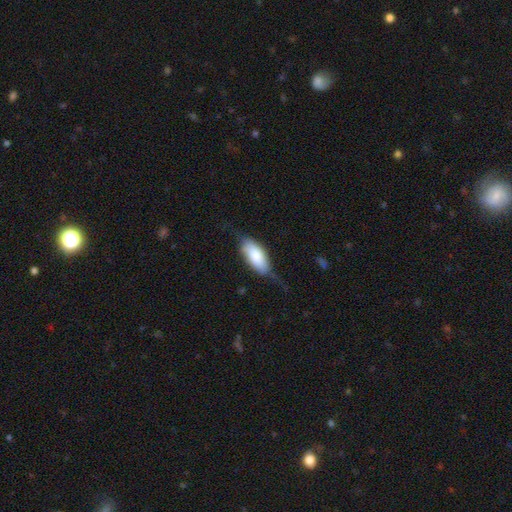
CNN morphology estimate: Overall: smooth (76%). How rounded: in between (88%). Merging: none (47%; minor disturbance 36%).